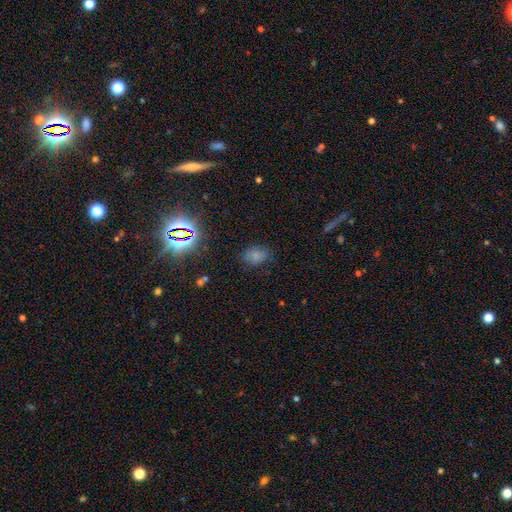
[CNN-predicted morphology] Overall: smooth (72%). How rounded: in between (68%; round 30%). Merging: none (75%).